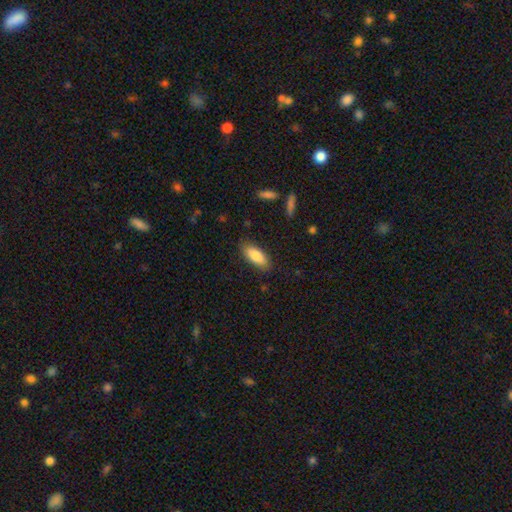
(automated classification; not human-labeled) Overall: smooth (86%). How rounded: in between (81%). Merging: none (84%).